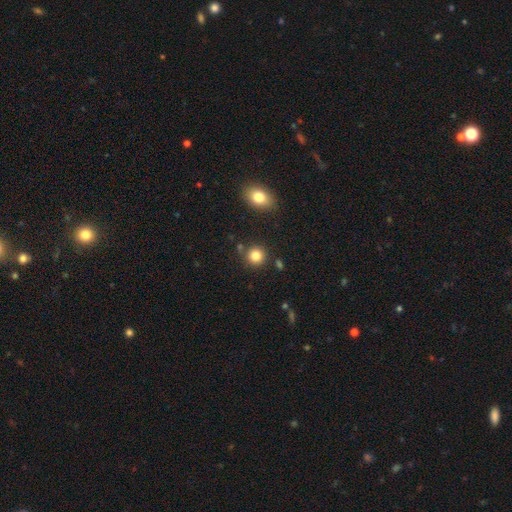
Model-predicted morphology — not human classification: This appears to be a smooth galaxy with no disk features (82%) that is round (90%). Merging: none (83%).